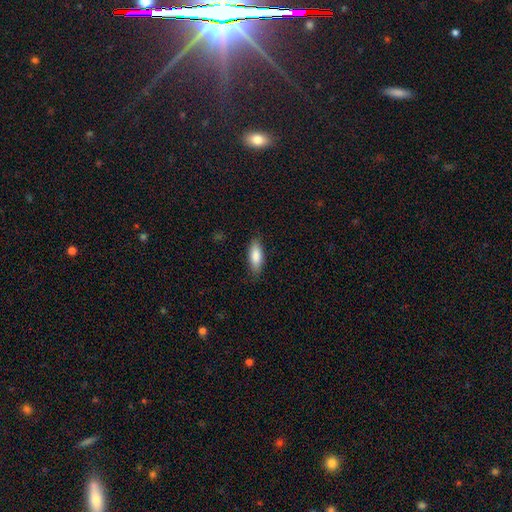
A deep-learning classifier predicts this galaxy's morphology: Smooth or featured?
  - smooth: 83% *
  - featured or disk: 11%
  - star or artifact: 6%
How rounded?
  - in between: 68% *
  - cigar-shaped: 30%
  - round: 2%
Merging?
  - none: 85% *
  - minor disturbance: 11%
  - major disturbance: 2%
  - merger: 1%